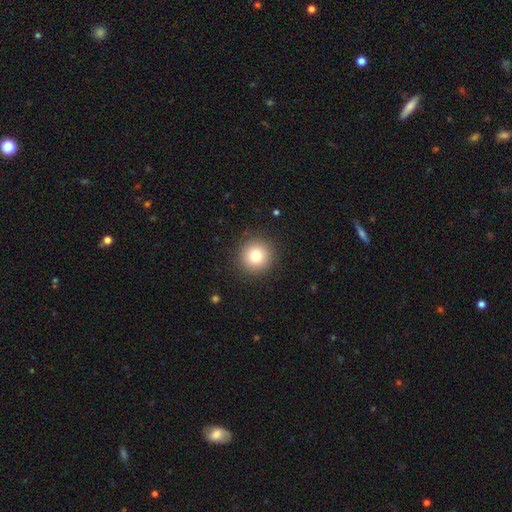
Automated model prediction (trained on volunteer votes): This is likely a smooth galaxy (78%). How rounded: clearly round (94%). Merging: clearly none (90%).